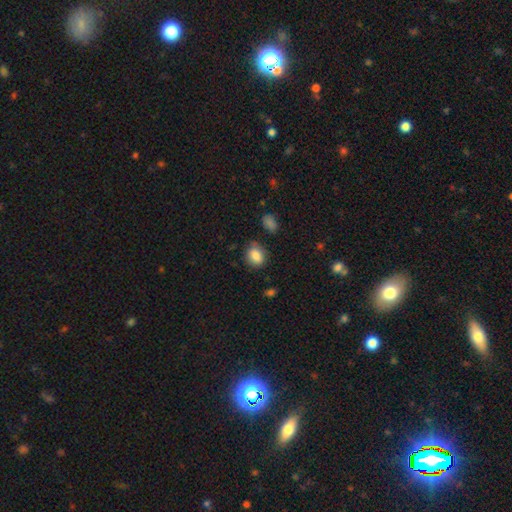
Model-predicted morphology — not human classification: This appears to be a smooth galaxy with no disk features (84%) that is round (51%). Merging: none (73%).